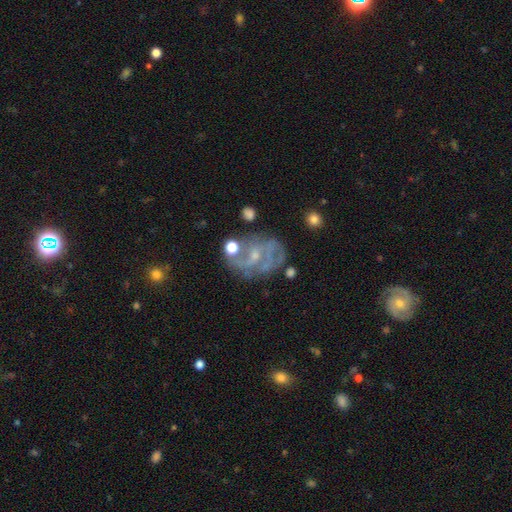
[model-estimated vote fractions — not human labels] smooth_or_featured: featured or disk (p=0.75) [alt: smooth p=0.14]
disk_edge_on: no (p=0.97) [alt: yes p=0.03]
bar: no (p=0.45) [alt: weak p=0.43]
has_spiral_arms: yes (p=0.83) [alt: no p=0.17]
spiral_winding: medium (p=0.42) [alt: tight p=0.39]
spiral_arm_count: can't tell (p=0.32) [alt: 2 p=0.30]
bulge_size: small (p=0.66) [alt: moderate p=0.21]
merging: none (p=0.62) [alt: minor disturbance p=0.18]